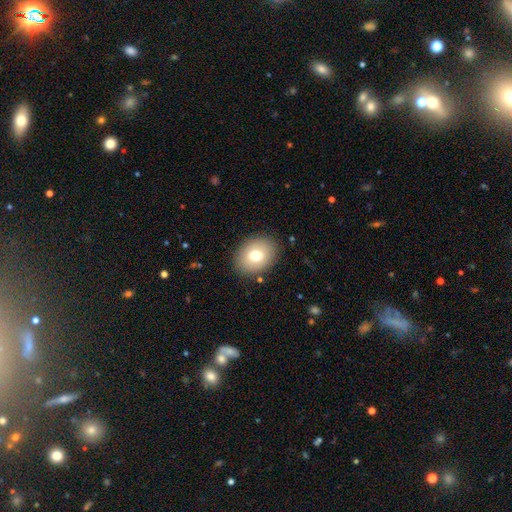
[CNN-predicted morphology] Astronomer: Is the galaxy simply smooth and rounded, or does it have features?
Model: smooth — 74%.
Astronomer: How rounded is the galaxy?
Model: in between — 60% (runner-up: round, 39%).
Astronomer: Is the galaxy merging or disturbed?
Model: none — 87%.